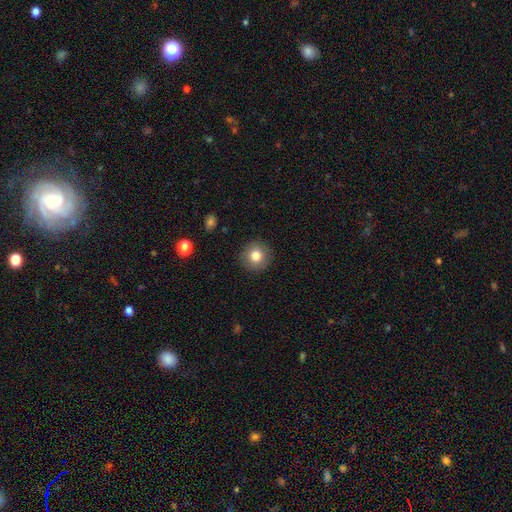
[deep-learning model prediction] Smooth or featured: smooth — 80% (featured or disk — 10%)
How rounded: round — 93% (in between — 6%)
Merging: none — 91% (minor disturbance — 6%)